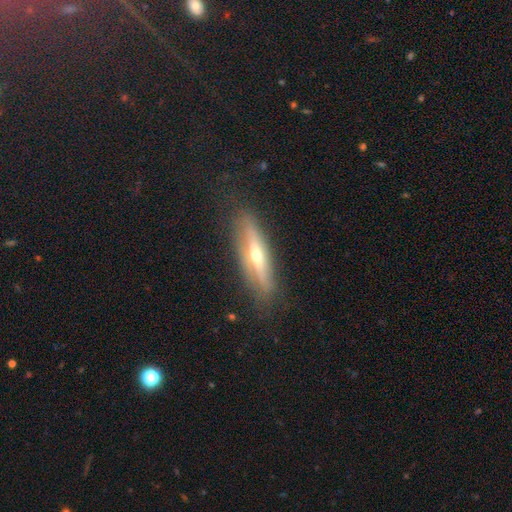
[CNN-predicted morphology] Smooth or featured?
  - featured or disk: 63% *
  - smooth: 30%
  - star or artifact: 7%
Edge-on disk?
  - yes: 84% *
  - no: 16%
Edge-on bulge?
  - rounded: 87% *
  - none: 9%
  - boxy: 4%
Merging?
  - none: 81% *
  - minor disturbance: 13%
  - major disturbance: 4%
  - merger: 1%